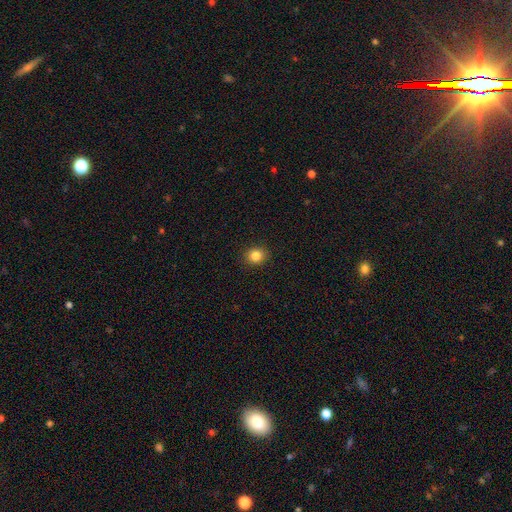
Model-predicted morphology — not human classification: Smooth or featured?
  - smooth: 85% *
  - star or artifact: 11%
  - featured or disk: 4%
How rounded?
  - round: 79% *
  - in between: 20%
  - cigar-shaped: 1%
Merging?
  - none: 90% *
  - minor disturbance: 7%
  - major disturbance: 2%
  - merger: 1%